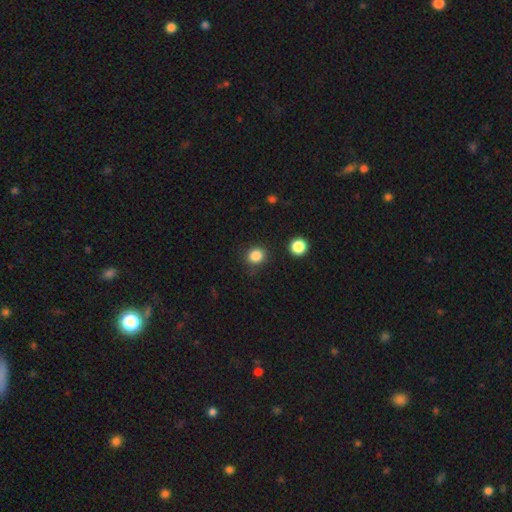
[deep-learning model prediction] This appears to be a smooth galaxy with no disk features (85%) that is round (83%). Merging: none (85%).